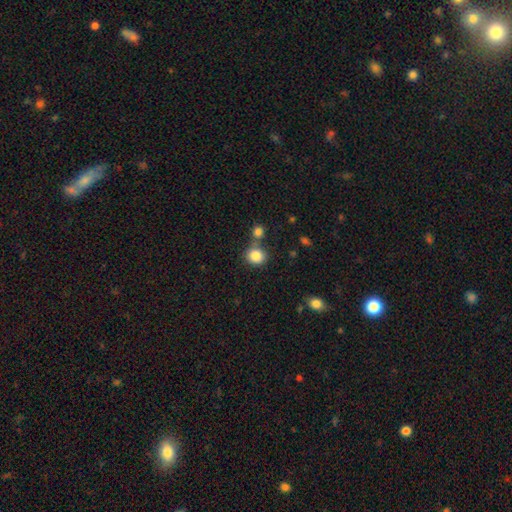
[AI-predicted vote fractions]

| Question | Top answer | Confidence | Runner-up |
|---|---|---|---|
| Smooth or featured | smooth | 85% | star or artifact (10%) |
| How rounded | round | 76% | in between (23%) |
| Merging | none | 62% | merger (24%) |